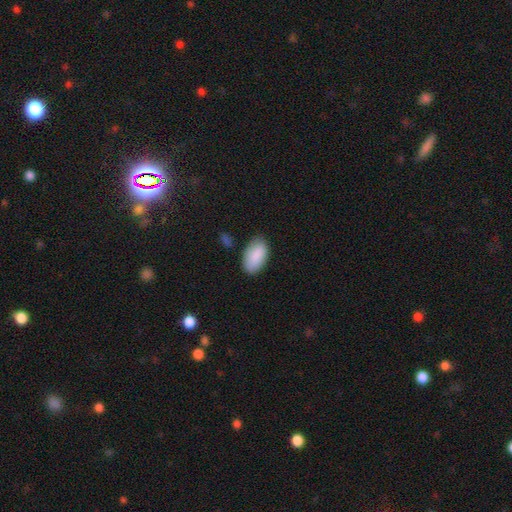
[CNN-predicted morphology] smooth 88%, featured or disk 6%, star or artifact 6%. Down the decision tree: how rounded — in between (95%); merging — none (75%).